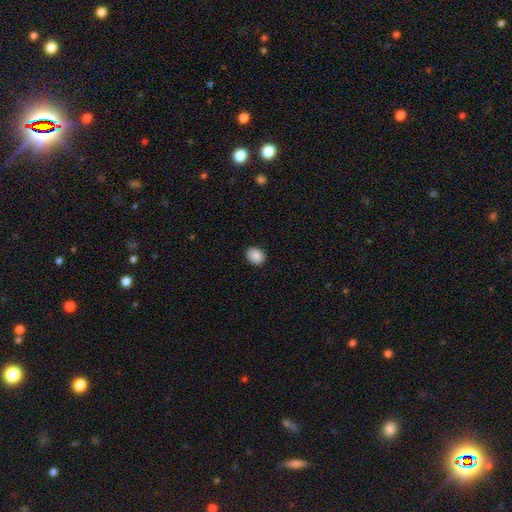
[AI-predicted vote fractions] This appears to be a smooth galaxy with no disk features (89%) that is round (54%). Merging: none (88%).